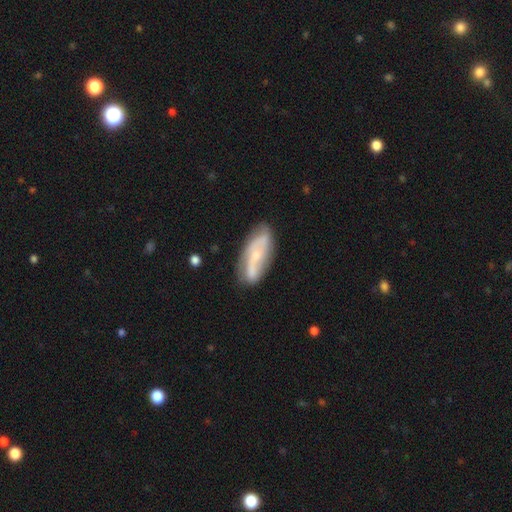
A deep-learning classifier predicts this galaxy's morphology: Overall: featured or disk (63%; smooth 30%). Edge-on disk: no (86%). Bar: no (56%; weak 29%). Spiral arms: yes (80%). Bulge size: small (67%). Merging: none (69%).